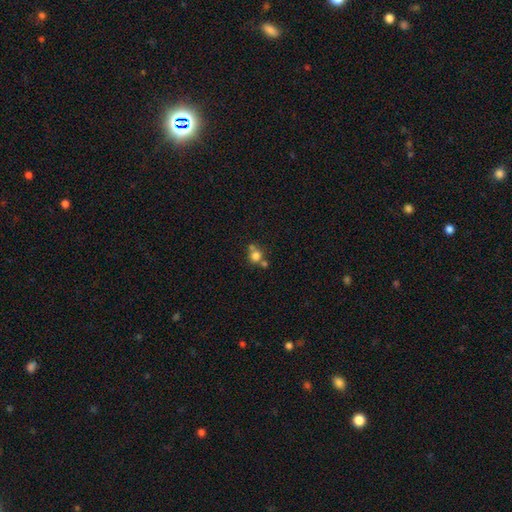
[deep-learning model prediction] Smooth or featured?
  - smooth: 76% *
  - star or artifact: 13%
  - featured or disk: 11%
How rounded?
  - round: 83% *
  - in between: 16%
  - cigar-shaped: 1%
Merging?
  - none: 49% *
  - merger: 36%
  - minor disturbance: 10%
  - major disturbance: 5%